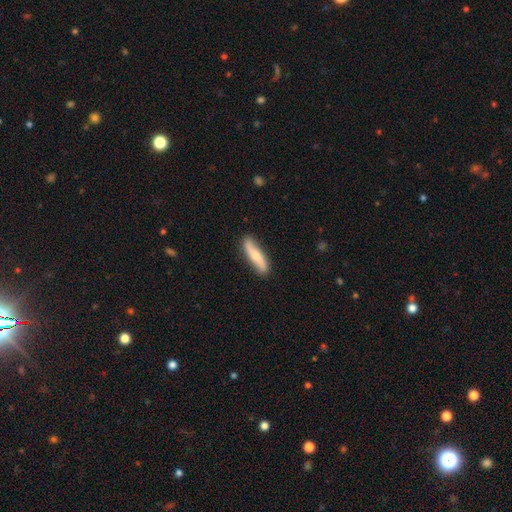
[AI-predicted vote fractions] This appears to be a smooth galaxy with no disk features (49%). Merging: none (86%).